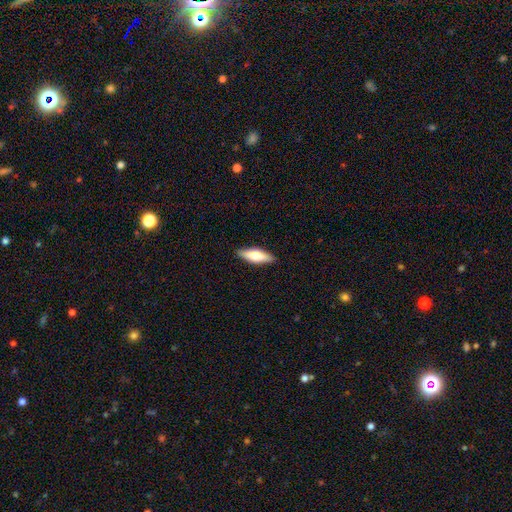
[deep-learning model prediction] smooth_or_featured: smooth (p=0.61) [alt: featured or disk p=0.34]
how_rounded: in between (p=0.53) [alt: cigar-shaped p=0.45]
merging: none (p=0.88) [alt: minor disturbance p=0.09]